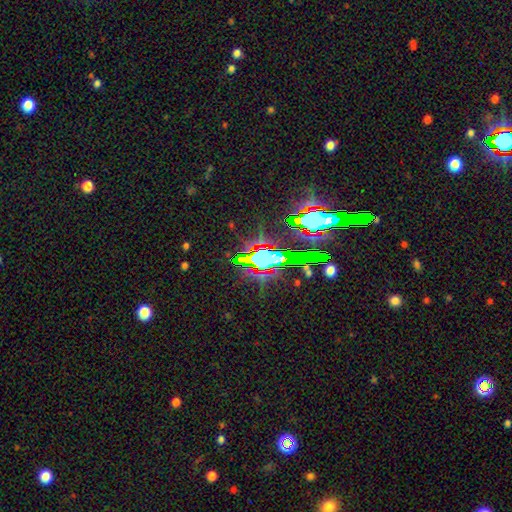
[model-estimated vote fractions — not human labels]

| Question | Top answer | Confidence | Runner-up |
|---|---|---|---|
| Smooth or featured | star or artifact | 66% | smooth (18%) |